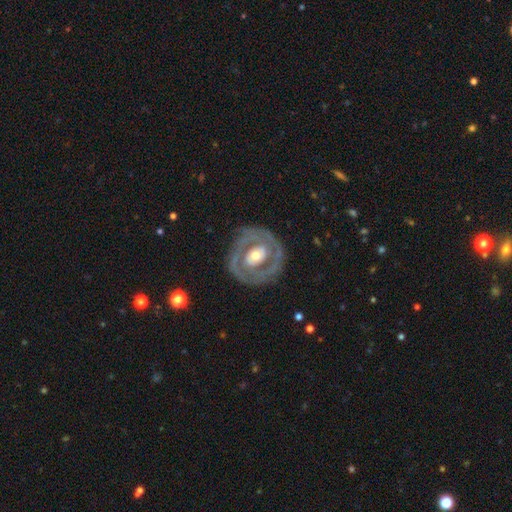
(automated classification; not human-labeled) The model was most divided on "spiral arms": no: 51%, yes: 49%. More confident: edge-on disk — no (96%); merging — none (78%); smooth or featured — featured or disk (75%); bulge size — moderate (65%); bar — no (65%).